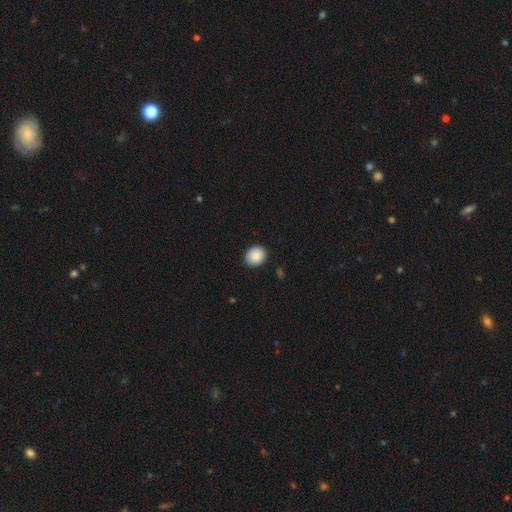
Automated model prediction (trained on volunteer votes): smooth-or-featured: smooth: 88% | star or artifact: 8% | featured or disk: 4%
  how-rounded: round: 73% | in between: 26% | cigar-shaped: 1%
  merging: none: 90% | minor disturbance: 7% | major disturbance: 2% | merger: 1%